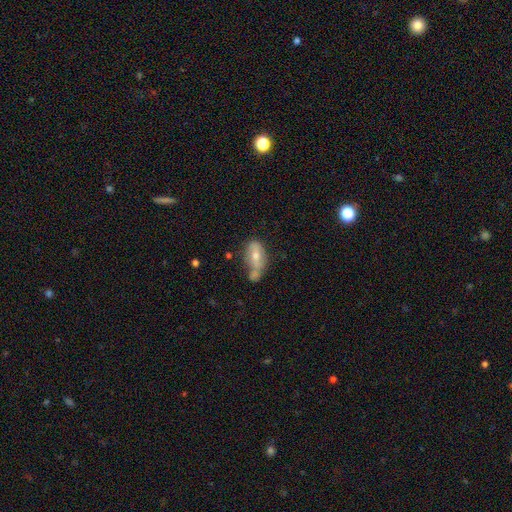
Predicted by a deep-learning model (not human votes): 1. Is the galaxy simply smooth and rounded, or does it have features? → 57% smooth, 35% featured or disk, 7% star or artifact.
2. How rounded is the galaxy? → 86% in between, 7% cigar-shaped, 7% round.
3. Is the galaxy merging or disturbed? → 39% merger, 36% none, 18% minor disturbance, 8% major disturbance.